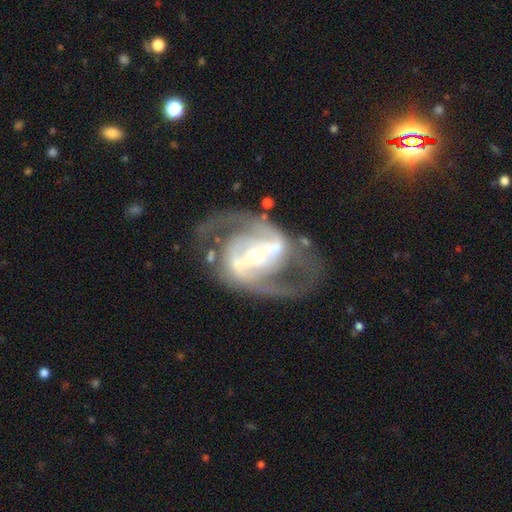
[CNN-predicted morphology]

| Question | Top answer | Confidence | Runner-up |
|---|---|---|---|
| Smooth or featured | featured or disk | 90% | star or artifact (5%) |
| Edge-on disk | no | 96% | yes (4%) |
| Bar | strong | 55% | weak (29%) |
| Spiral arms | yes | 94% | no (6%) |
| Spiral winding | medium | 58% | tight (22%) |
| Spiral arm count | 2 | 90% | can't tell (4%) |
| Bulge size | moderate | 47% | small (44%) |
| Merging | none | 69% | minor disturbance (14%) |